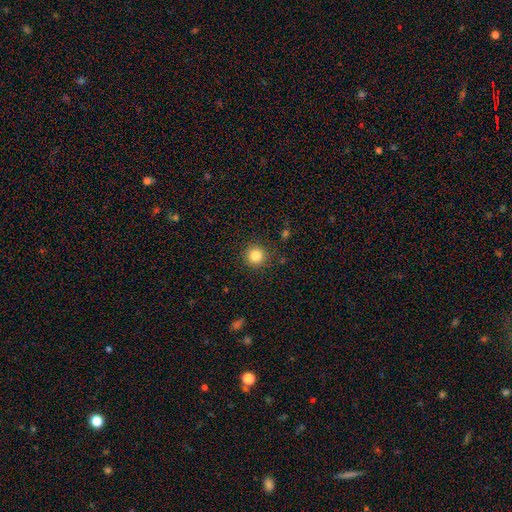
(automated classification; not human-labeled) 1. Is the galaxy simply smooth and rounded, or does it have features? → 84% smooth, 11% star or artifact, 5% featured or disk.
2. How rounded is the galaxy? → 94% round, 5% in between, 1% cigar-shaped.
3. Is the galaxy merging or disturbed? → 89% none, 7% minor disturbance, 3% major disturbance, 1% merger.